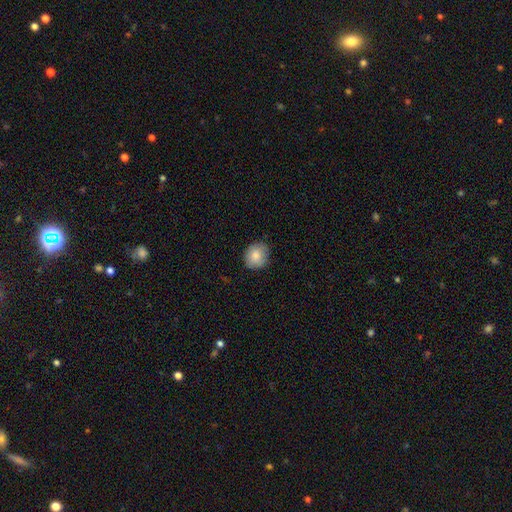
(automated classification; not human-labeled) Smooth or featured: smooth — 82% (featured or disk — 10%)
How rounded: round — 78% (in between — 21%)
Merging: none — 84% (minor disturbance — 13%)